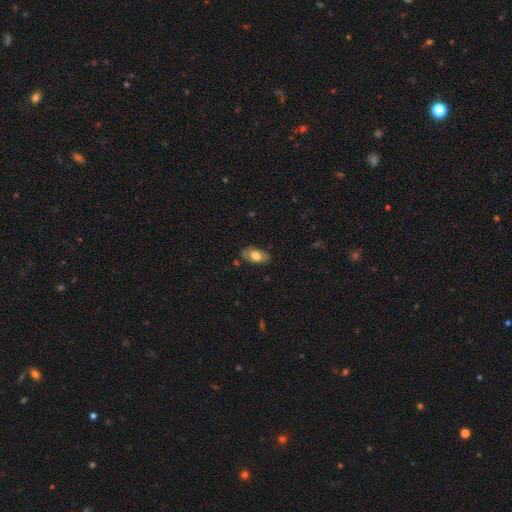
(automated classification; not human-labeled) The model was most divided on "smooth or featured": smooth: 71%, featured or disk: 22%, star or artifact: 7%. More confident: how rounded — in between (91%); merging — none (78%).